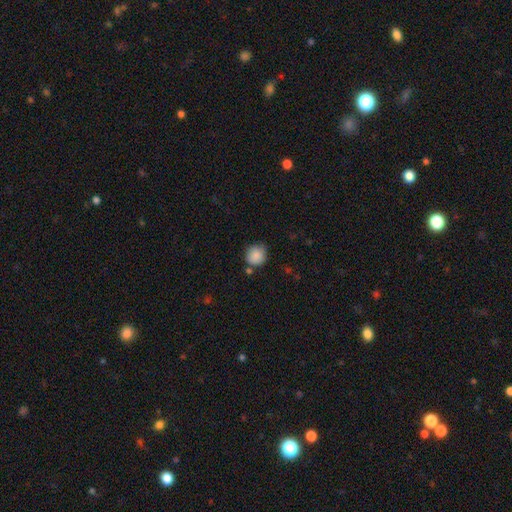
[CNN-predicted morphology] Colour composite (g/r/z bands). It shows a smooth galaxy with no disk features (86%) that is round (90%). Merging: none (70%).